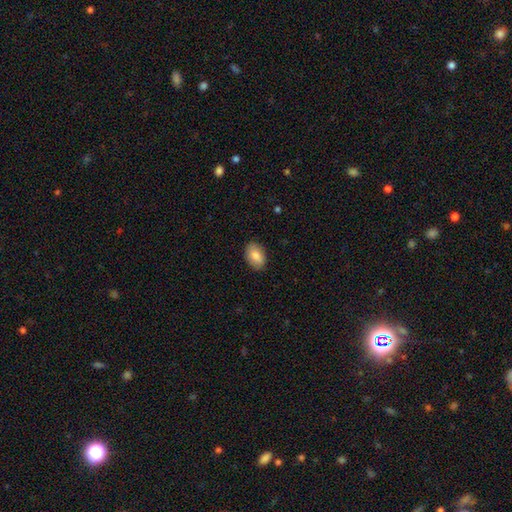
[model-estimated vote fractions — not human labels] smooth 84%, featured or disk 9%, star or artifact 7%. Down the decision tree: how rounded — in between (88%); merging — none (87%).